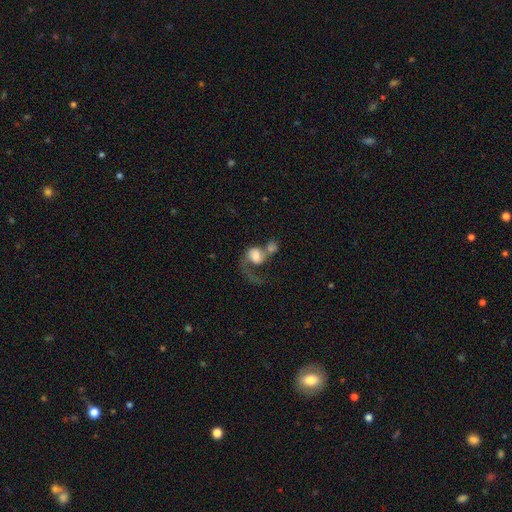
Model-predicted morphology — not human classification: featured or disk 47%, smooth 45%, star or artifact 8%. Down the decision tree: merging — merger (53%).